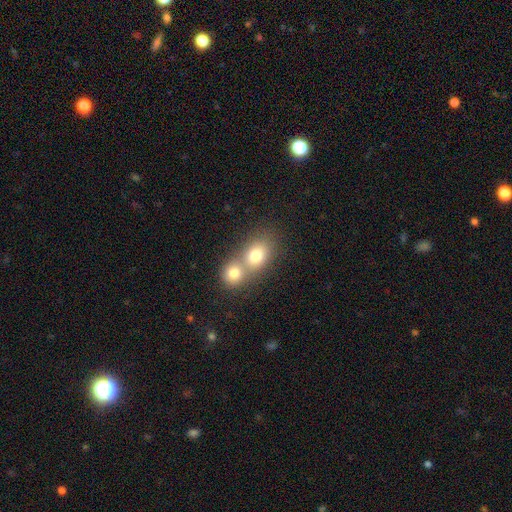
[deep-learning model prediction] A smooth galaxy with no disk features (76%) that is in between round and cigar-shaped (50%).

Vote fractions:
- Smooth or featured? smooth: 76% / featured or disk: 14% / star or artifact: 10%
- How rounded? in between: 50% / round: 48% / cigar-shaped: 2%
- Merging? merger: 65% / none: 27% / minor disturbance: 6% / major disturbance: 2%